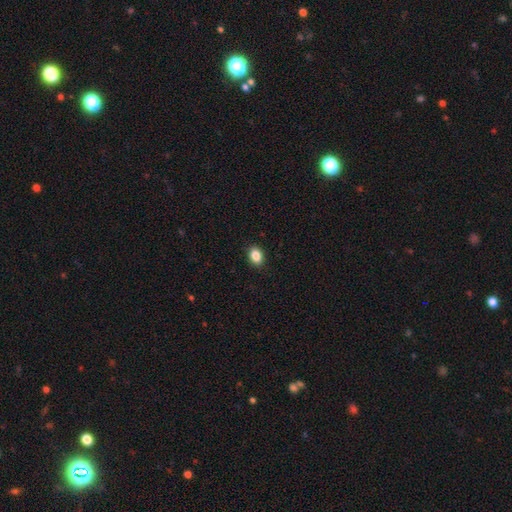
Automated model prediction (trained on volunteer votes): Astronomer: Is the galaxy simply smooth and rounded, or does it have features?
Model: smooth — 87%.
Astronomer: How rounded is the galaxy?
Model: in between — 78%.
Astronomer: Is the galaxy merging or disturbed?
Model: none — 90%.